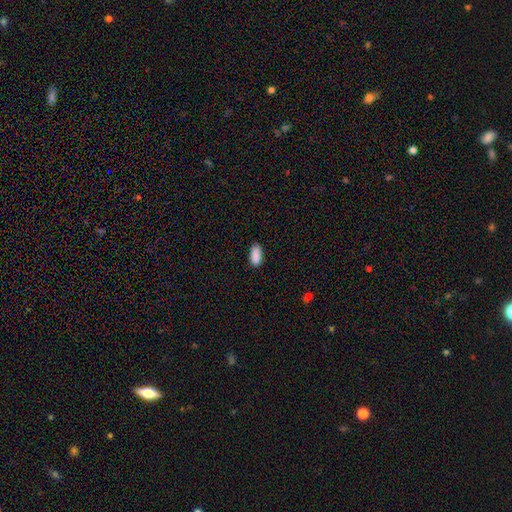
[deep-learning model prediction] The model was most divided on "how rounded": in between: 83%, cigar-shaped: 14%, round: 2%. More confident: smooth or featured — smooth (89%); merging — none (83%).